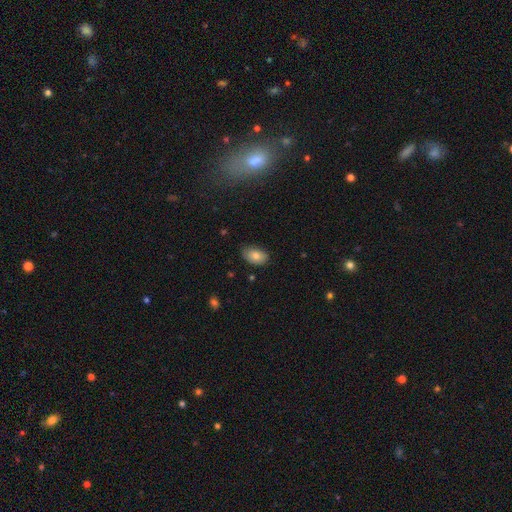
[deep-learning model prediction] Smooth or featured?
  - smooth: 80% *
  - featured or disk: 12%
  - star or artifact: 8%
How rounded?
  - in between: 90% *
  - round: 9%
  - cigar-shaped: 1%
Merging?
  - none: 73% *
  - minor disturbance: 22%
  - major disturbance: 3%
  - merger: 1%